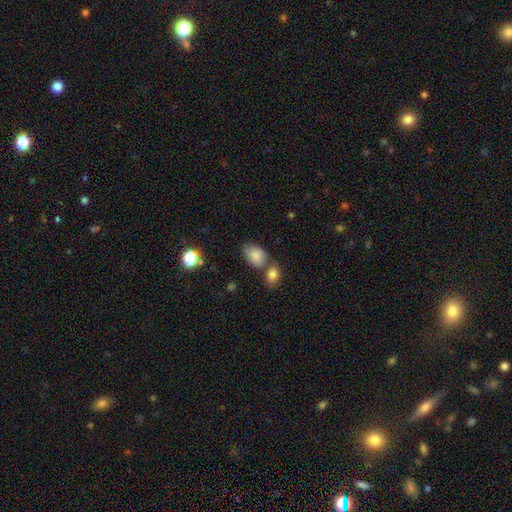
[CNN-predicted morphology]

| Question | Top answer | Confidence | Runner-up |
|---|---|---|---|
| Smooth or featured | smooth | 83% | star or artifact (9%) |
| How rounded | in between | 85% | round (14%) |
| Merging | none | 49% | merger (25%) |